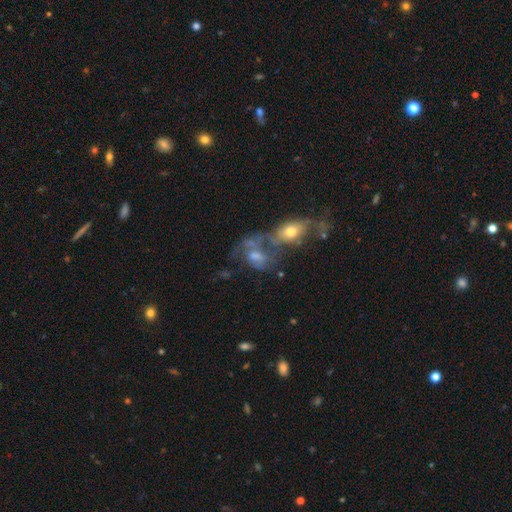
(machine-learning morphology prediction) This is possibly a featured or disk galaxy (51%). It is clearly not viewed edge-on (95%). Merging: possibly merger (54%).